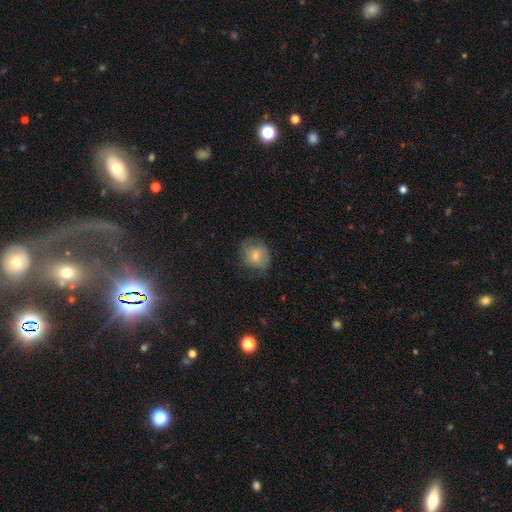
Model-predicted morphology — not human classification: smooth-or-featured: smooth: 72% | featured or disk: 20% | star or artifact: 8%
  how-rounded: round: 67% | in between: 32% | cigar-shaped: 1%
  merging: none: 64% | minor disturbance: 26% | major disturbance: 9% | merger: 1%